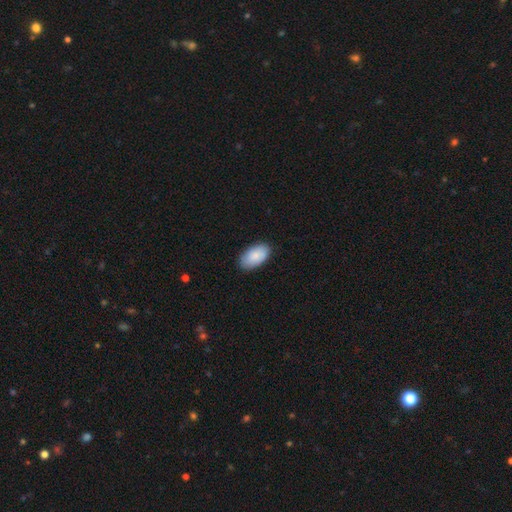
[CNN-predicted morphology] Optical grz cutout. It shows a smooth galaxy with no disk features (87%) that is in between round and cigar-shaped (95%). Merging: none (87%).